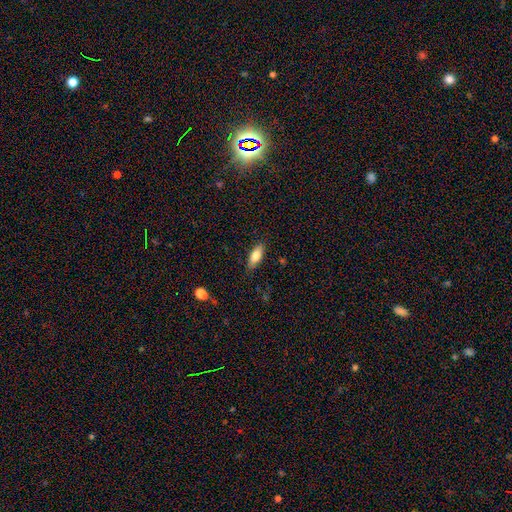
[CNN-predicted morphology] Smooth or featured? smooth (75%)
How rounded? in between (73%)
Merging? none (85%)